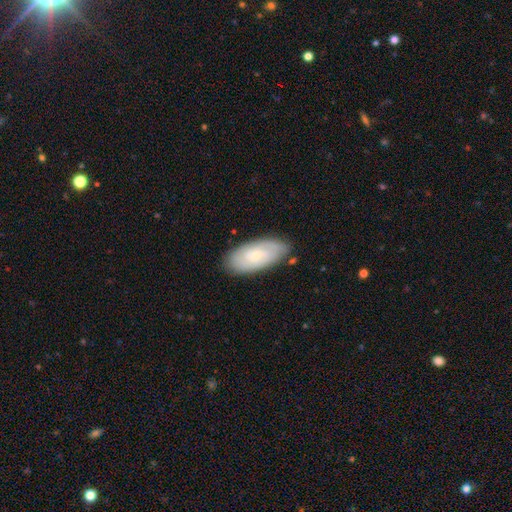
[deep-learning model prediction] featured or disk 63%, smooth 30%, star or artifact 6%. Down the decision tree: edge-on disk — no (92%); bar — no (70%); spiral arms — yes (88%); spiral arm count — can't tell (41%); spiral winding — tight (68%); bulge size — small (74%); merging — none (81%).